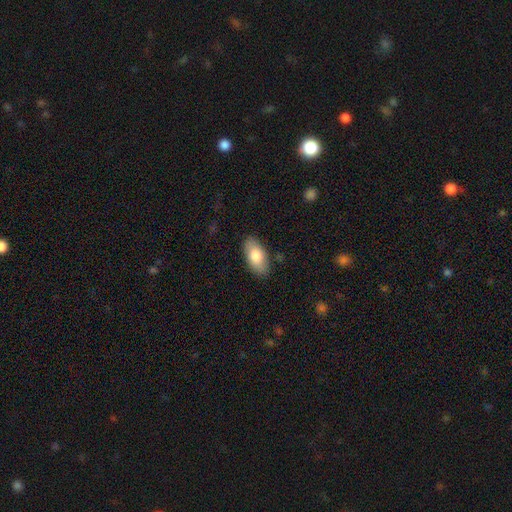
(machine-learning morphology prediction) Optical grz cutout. It shows a smooth galaxy with no disk features (79%) that is in between round and cigar-shaped (93%). Merging: none (85%).